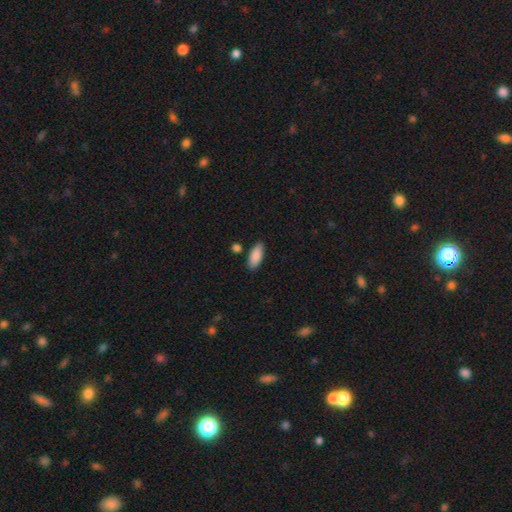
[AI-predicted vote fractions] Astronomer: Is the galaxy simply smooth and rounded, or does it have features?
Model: smooth — 89%.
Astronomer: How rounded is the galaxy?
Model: in between — 83%.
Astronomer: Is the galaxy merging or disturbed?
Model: none — 84%.